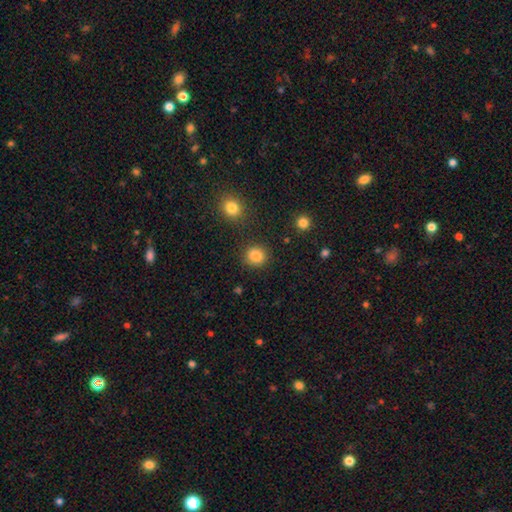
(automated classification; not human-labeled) smooth_or_featured: smooth (p=0.86) [alt: star or artifact p=0.10]
how_rounded: round (p=0.83) [alt: in between p=0.16]
merging: none (p=0.85) [alt: minor disturbance p=0.09]